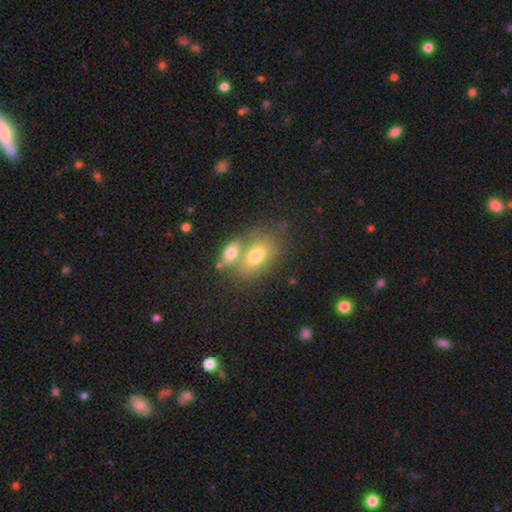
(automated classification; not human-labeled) This is likely a smooth galaxy (73%). How rounded: clearly in between (83%). Merging: possibly merger (47%).